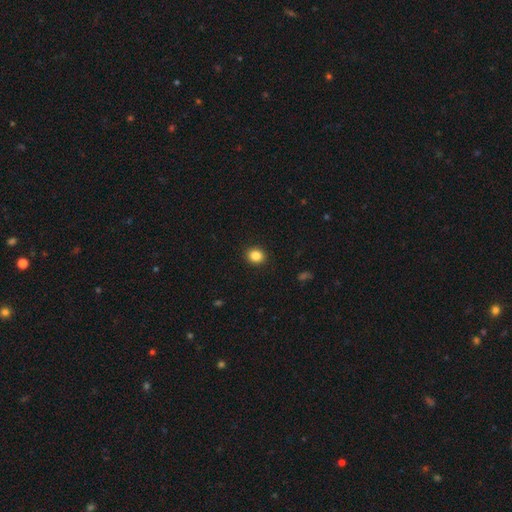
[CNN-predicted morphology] A smooth galaxy with no disk features (86%) that is round (72%).

Vote fractions:
- Smooth or featured? smooth: 86% / star or artifact: 10% / featured or disk: 4%
- How rounded? round: 72% / in between: 27% / cigar-shaped: 1%
- Merging? none: 91% / minor disturbance: 6% / major disturbance: 2% / merger: 1%